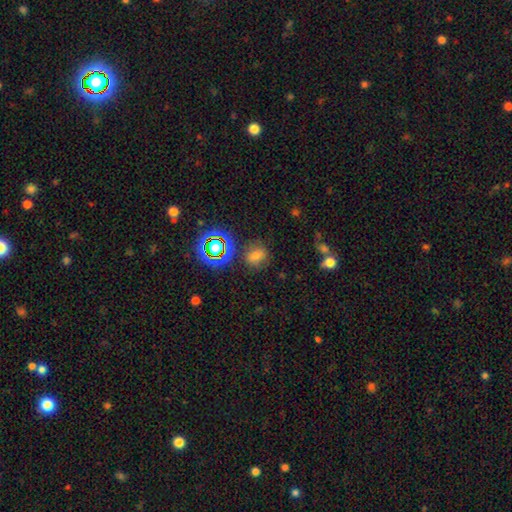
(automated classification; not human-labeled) This is possibly a smooth galaxy (56%). How rounded: possibly round (57%). Merging: likely none (77%).